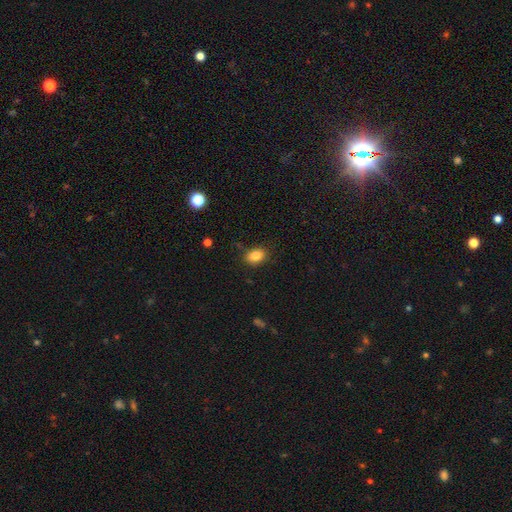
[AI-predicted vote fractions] Morphology: type=smooth (84%); roundness=in between (77%); merging=none (84%).